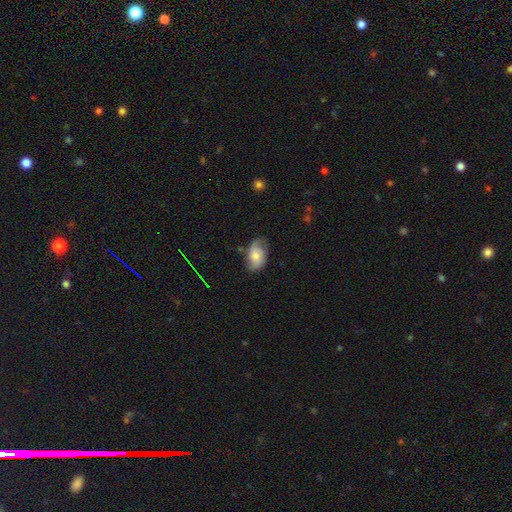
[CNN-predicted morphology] This is possibly a featured or disk galaxy (50%). Merging: likely none (64%).